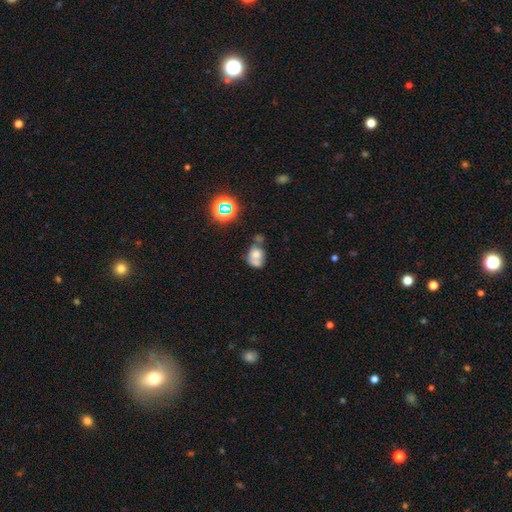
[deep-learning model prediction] smooth 58%, featured or disk 27%, star or artifact 15%. Down the decision tree: how rounded — in between (57%); merging — merger (39%).